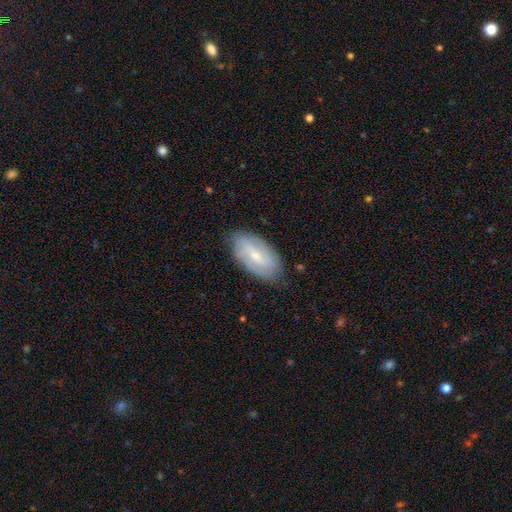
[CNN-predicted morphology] Smooth or featured: featured or disk — 68% (smooth — 26%)
Edge-on disk: no — 93% (yes — 7%)
Bar: weak — 53% (no — 25%)
Spiral arms: yes — 87% (no — 13%)
Spiral winding: tight — 42% (medium — 39%)
Spiral arm count: 2 — 59% (can't tell — 24%)
Bulge size: small — 59% (moderate — 35%)
Merging: none — 80% (minor disturbance — 16%)